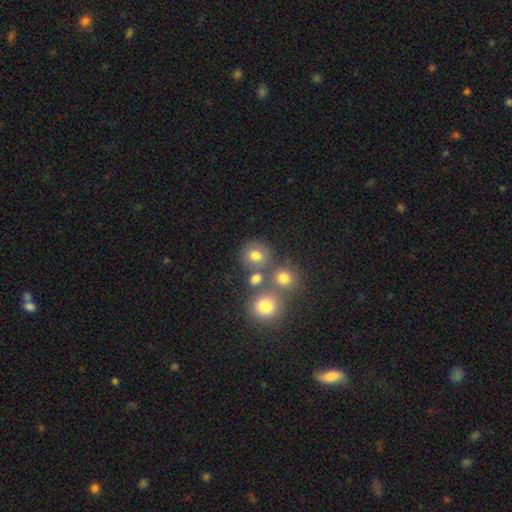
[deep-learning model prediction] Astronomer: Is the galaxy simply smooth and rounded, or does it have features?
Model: smooth — 74%.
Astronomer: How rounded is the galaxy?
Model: round — 85%.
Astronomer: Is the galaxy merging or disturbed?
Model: none — 66%.